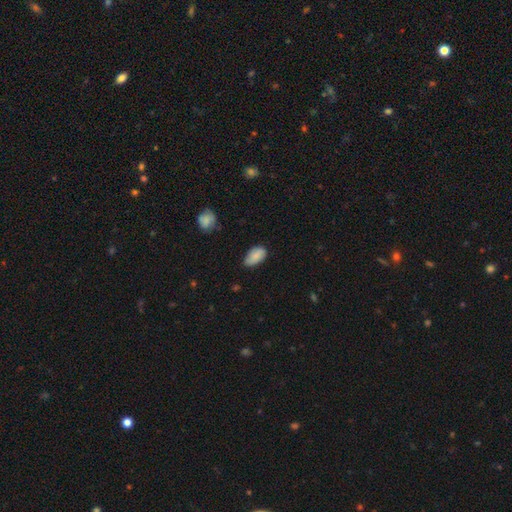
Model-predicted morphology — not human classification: This appears to be a smooth galaxy with no disk features (82%) that is in between round and cigar-shaped (94%). Merging: none (62%).